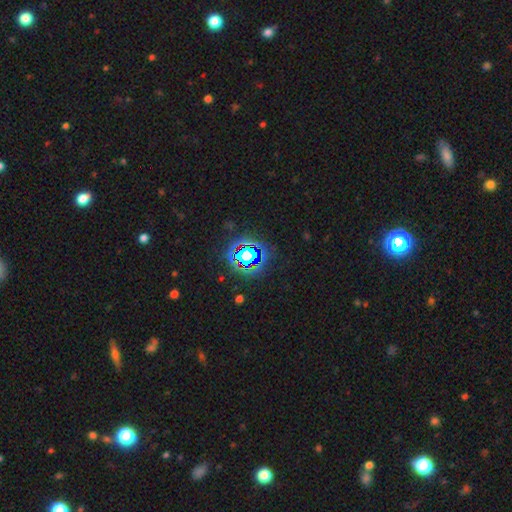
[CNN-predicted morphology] This is likely a star or artifact rather than a galaxy (80%).